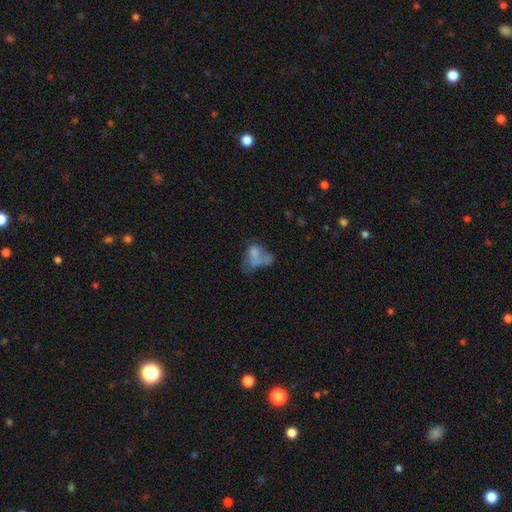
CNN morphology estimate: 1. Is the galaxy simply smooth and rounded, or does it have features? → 55% smooth, 32% featured or disk, 13% star or artifact.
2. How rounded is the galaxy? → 79% in between, 19% round, 2% cigar-shaped.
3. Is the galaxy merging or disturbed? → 41% merger, 26% major disturbance, 18% none, 14% minor disturbance.